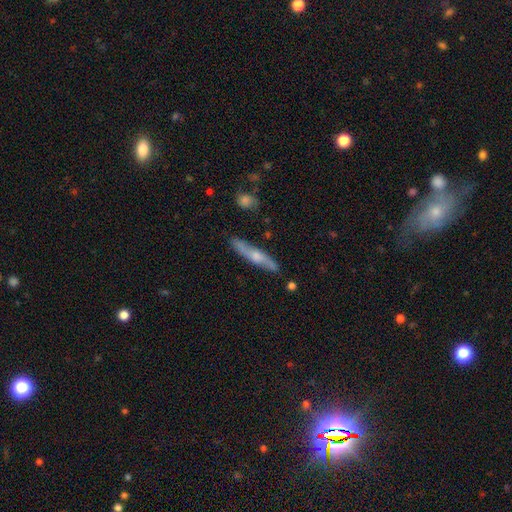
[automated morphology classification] Q: Smooth or featured?
A: featured or disk (58%); runner-up: smooth (36%)
Q: Edge-on disk?
A: yes (76%); runner-up: no (24%)
Q: Merging?
A: none (83%); runner-up: minor disturbance (13%)